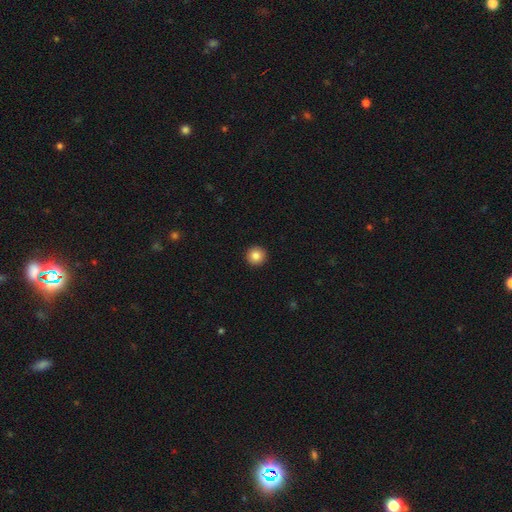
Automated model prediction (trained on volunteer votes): A smooth galaxy with no disk features (86%) that is round (96%).

Vote fractions:
- Smooth or featured? smooth: 86% / star or artifact: 9% / featured or disk: 5%
- How rounded? round: 96% / in between: 3% / cigar-shaped: 1%
- Merging? none: 94% / minor disturbance: 4% / major disturbance: 1% / merger: 1%